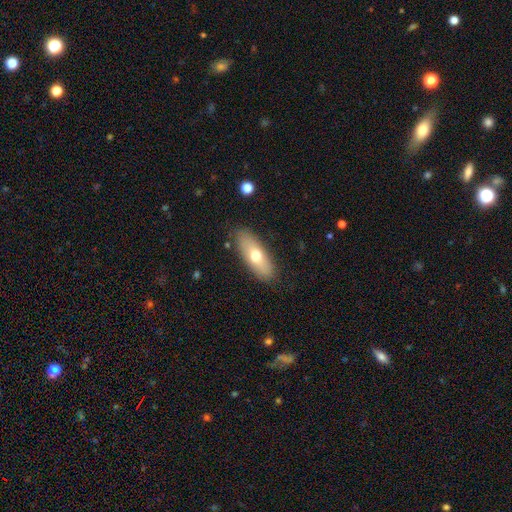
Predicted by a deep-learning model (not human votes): A smooth galaxy with no disk features (64%) that is in between round and cigar-shaped (72%). Merging: none (84%).